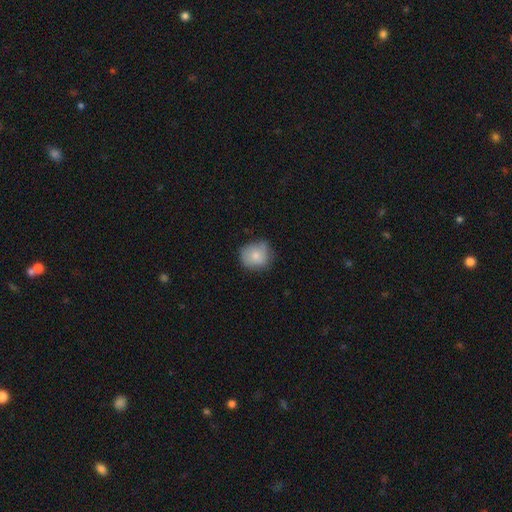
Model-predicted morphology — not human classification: Smooth or featured? Predicted: smooth (p=0.76). How rounded? Predicted: round (p=0.80). Merging? Predicted: none (p=0.62).